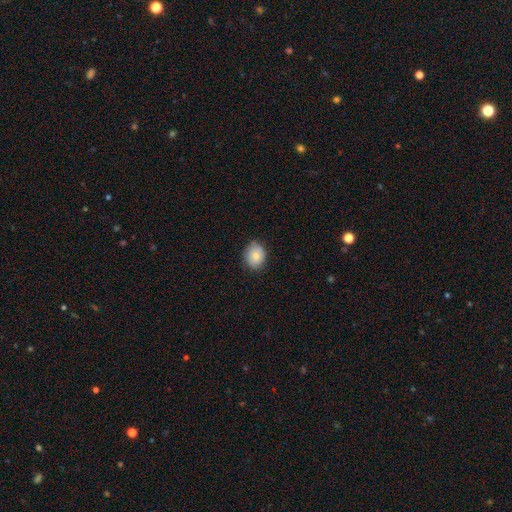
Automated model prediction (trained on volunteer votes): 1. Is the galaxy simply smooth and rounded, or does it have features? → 78% smooth, 14% featured or disk, 8% star or artifact.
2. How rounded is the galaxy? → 54% round, 45% in between, 1% cigar-shaped.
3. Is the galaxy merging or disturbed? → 81% none, 15% minor disturbance, 3% major disturbance, 1% merger.